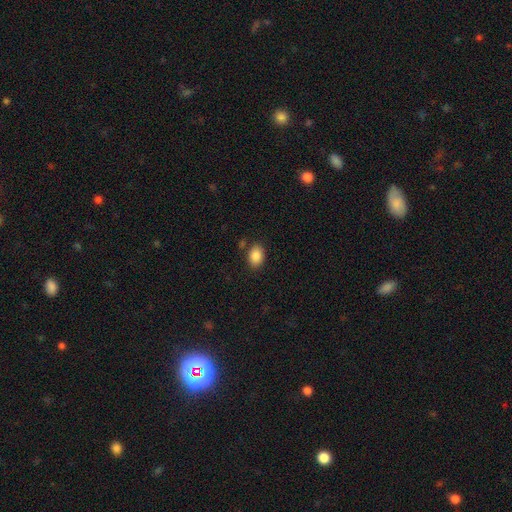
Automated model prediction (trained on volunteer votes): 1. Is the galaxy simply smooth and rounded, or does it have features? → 87% smooth, 8% star or artifact, 5% featured or disk.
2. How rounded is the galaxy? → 79% in between, 20% round, 1% cigar-shaped.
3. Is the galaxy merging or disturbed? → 82% none, 11% minor disturbance, 4% merger, 3% major disturbance.